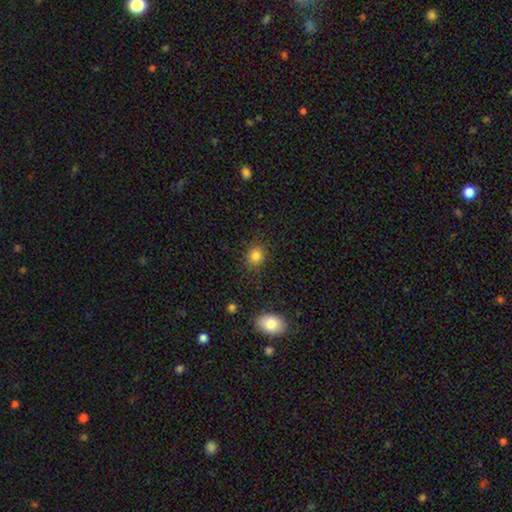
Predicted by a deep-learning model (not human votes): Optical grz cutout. It shows a smooth galaxy with no disk features (83%) that is round (75%). Merging: none (84%).